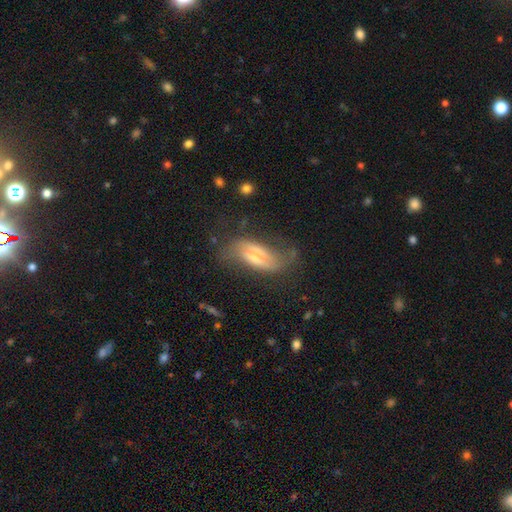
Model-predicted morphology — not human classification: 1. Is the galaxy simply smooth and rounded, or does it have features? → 60% featured or disk, 32% smooth, 8% star or artifact.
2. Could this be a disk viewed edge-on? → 75% no, 25% yes.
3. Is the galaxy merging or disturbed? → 44% none, 27% minor disturbance, 25% major disturbance, 4% merger.